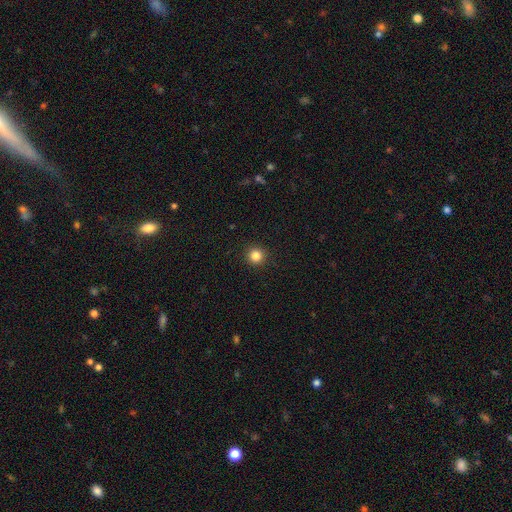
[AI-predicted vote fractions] smooth-or-featured: smooth: 84% | star or artifact: 12% | featured or disk: 4%
  how-rounded: round: 96% | in between: 4% | cigar-shaped: 1%
  merging: none: 93% | minor disturbance: 4% | major disturbance: 2% | merger: 1%